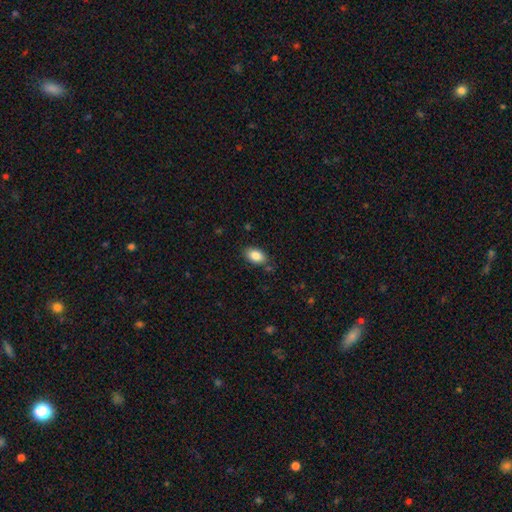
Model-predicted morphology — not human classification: Q: Smooth or featured?
A: smooth (86%); runner-up: star or artifact (8%)
Q: How rounded?
A: in between (91%); runner-up: round (8%)
Q: Merging?
A: none (82%); runner-up: minor disturbance (13%)